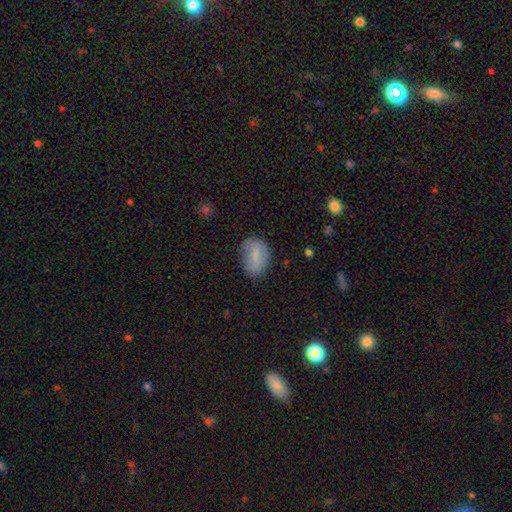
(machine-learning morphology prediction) smooth-or-featured: smooth: 75% | featured or disk: 17% | star or artifact: 8%
  how-rounded: in between: 79% | round: 19% | cigar-shaped: 2%
  merging: none: 70% | minor disturbance: 22% | major disturbance: 6% | merger: 2%